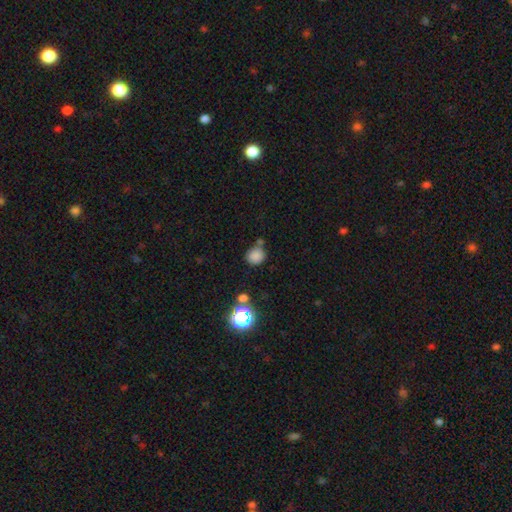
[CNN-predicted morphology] Smooth or featured: smooth — 80% (star or artifact — 14%)
How rounded: round — 84% (in between — 15%)
Merging: none — 69% (minor disturbance — 14%)